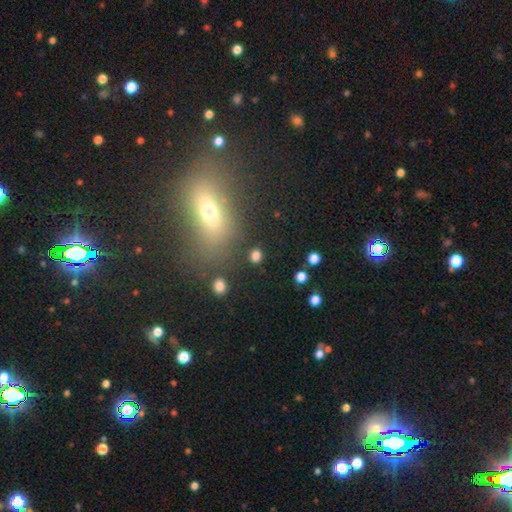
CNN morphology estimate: A smooth galaxy with no disk features (79%) that is round (74%).

Vote fractions:
- Smooth or featured? smooth: 79% / star or artifact: 15% / featured or disk: 6%
- How rounded? round: 74% / in between: 24% / cigar-shaped: 2%
- Merging? none: 85% / minor disturbance: 7% / merger: 4% / major disturbance: 4%